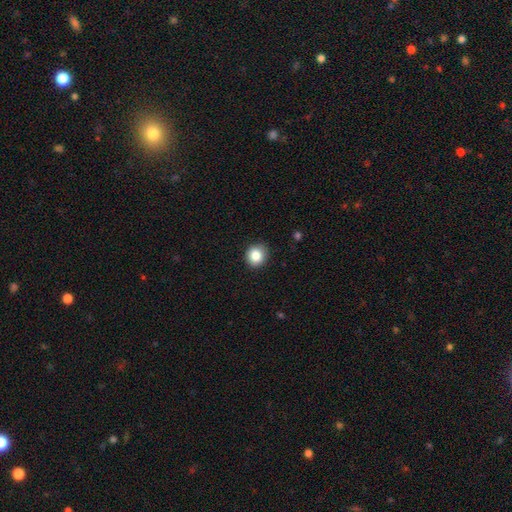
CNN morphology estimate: This appears to be a smooth galaxy with no disk features (84%) that is round (84%). Merging: none (88%).